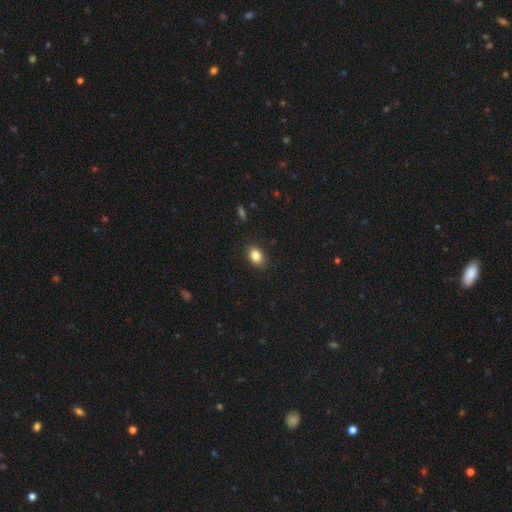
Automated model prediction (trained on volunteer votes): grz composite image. It shows a smooth galaxy with no disk features (84%) that is in between round and cigar-shaped (76%). Merging: none (88%).